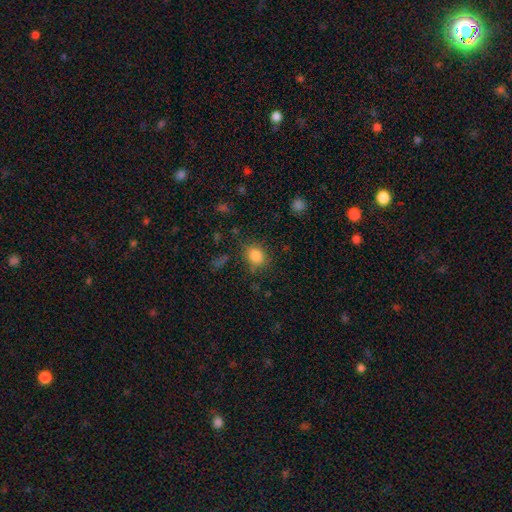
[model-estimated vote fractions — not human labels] Overall: smooth (84%). How rounded: round (56%; in between 43%). Merging: none (76%).